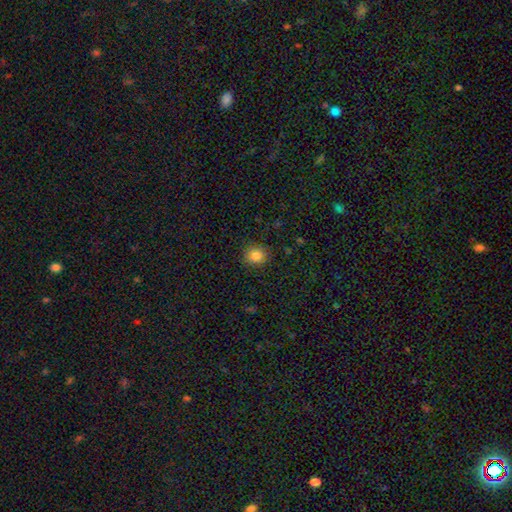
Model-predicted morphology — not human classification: Q: Smooth or featured?
A: smooth (83%); runner-up: star or artifact (11%)
Q: How rounded?
A: round (86%); runner-up: in between (13%)
Q: Merging?
A: none (89%); runner-up: minor disturbance (7%)